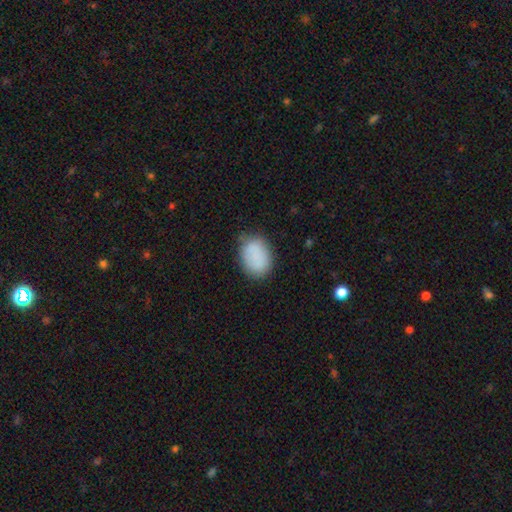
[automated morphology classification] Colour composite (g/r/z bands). It shows a smooth galaxy with no disk features (86%) that is in between round and cigar-shaped (75%). Merging: none (73%).